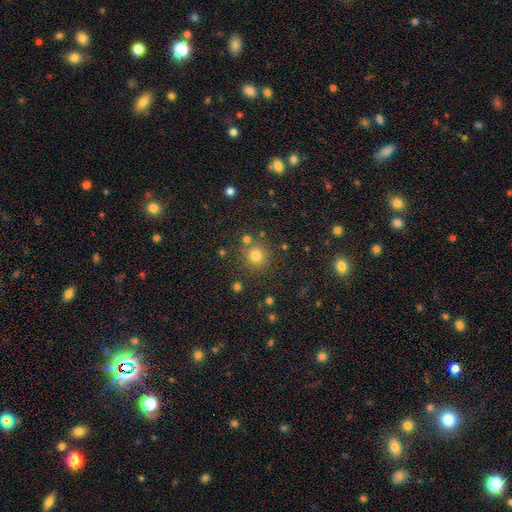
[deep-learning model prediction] Overall: smooth (74%). How rounded: round (93%). Merging: none (80%).